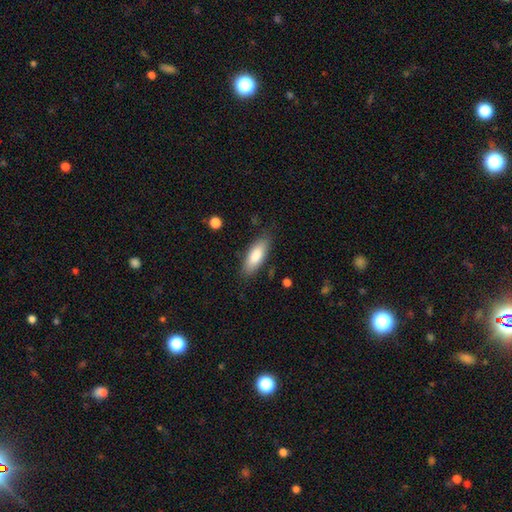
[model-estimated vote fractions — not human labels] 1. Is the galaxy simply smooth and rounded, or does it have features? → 83% smooth, 11% featured or disk, 6% star or artifact.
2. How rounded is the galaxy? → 69% in between, 29% cigar-shaped, 2% round.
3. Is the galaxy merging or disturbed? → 83% none, 13% minor disturbance, 3% major disturbance, 1% merger.